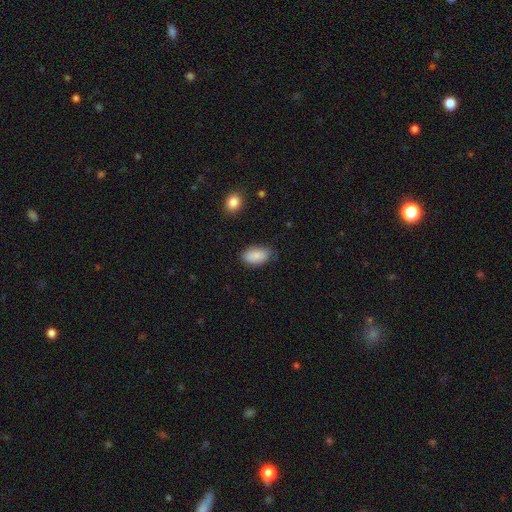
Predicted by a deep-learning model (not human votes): Smooth or featured: smooth — 88% (star or artifact — 7%)
How rounded: in between — 94% (round — 4%)
Merging: none — 77% (minor disturbance — 18%)